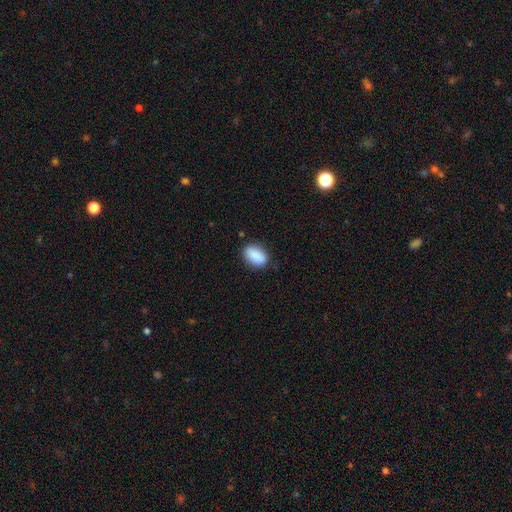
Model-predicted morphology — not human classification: This is clearly a smooth galaxy (89%). How rounded: clearly in between (88%). Merging: clearly none (84%).